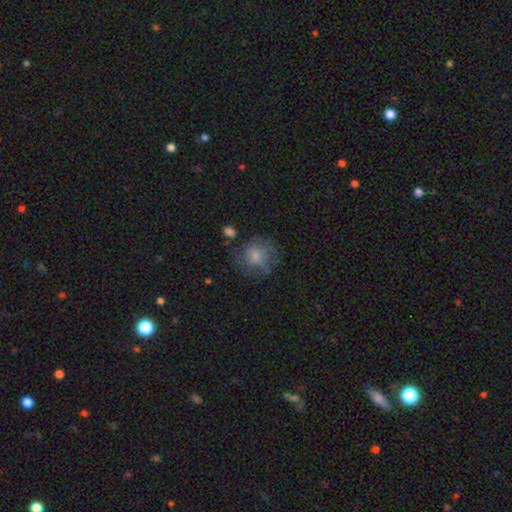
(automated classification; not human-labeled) Morphology: type=smooth (58%); roundness=round (79%); merging=none (61%).